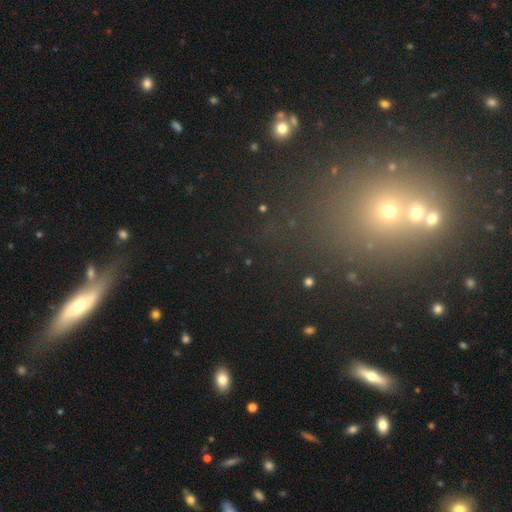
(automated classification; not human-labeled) Smooth or featured: star or artifact — 45% (smooth — 37%)